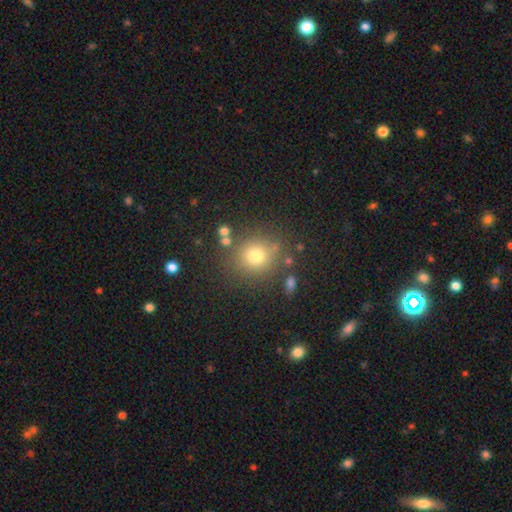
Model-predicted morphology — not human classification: smooth_or_featured: smooth (p=0.74) [alt: star or artifact p=0.17]
how_rounded: round (p=0.87) [alt: in between p=0.12]
merging: none (p=0.79) [alt: minor disturbance p=0.11]